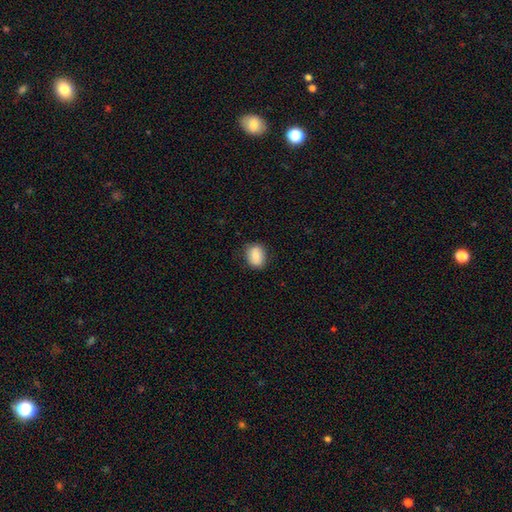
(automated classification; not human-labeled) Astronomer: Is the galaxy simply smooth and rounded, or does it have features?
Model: smooth — 79%.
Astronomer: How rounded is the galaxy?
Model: in between — 55% (runner-up: round, 44%).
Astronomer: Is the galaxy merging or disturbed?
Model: none — 81%.